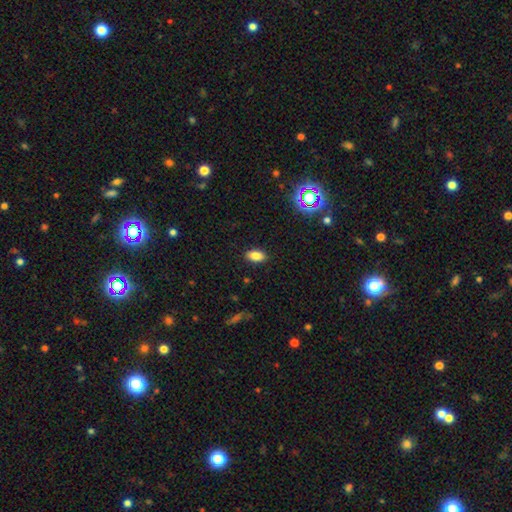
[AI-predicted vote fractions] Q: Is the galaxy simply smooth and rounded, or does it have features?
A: smooth — 82%.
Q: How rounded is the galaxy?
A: in between — 91%.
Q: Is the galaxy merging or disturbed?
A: none — 88%.